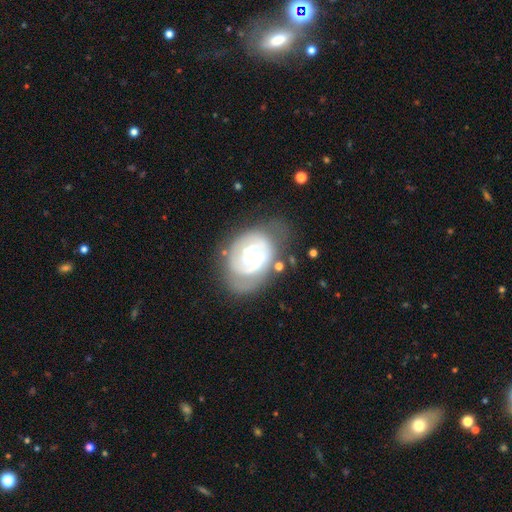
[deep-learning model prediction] Overall: featured or disk (77%). Edge-on disk: no (97%). Bar: no (52%; weak 36%). Spiral arms: yes (80%). Spiral arm count: can't tell (38%, tied with 2). Spiral winding: tight (67%). Bulge size: small (65%). Merging: none (62%).